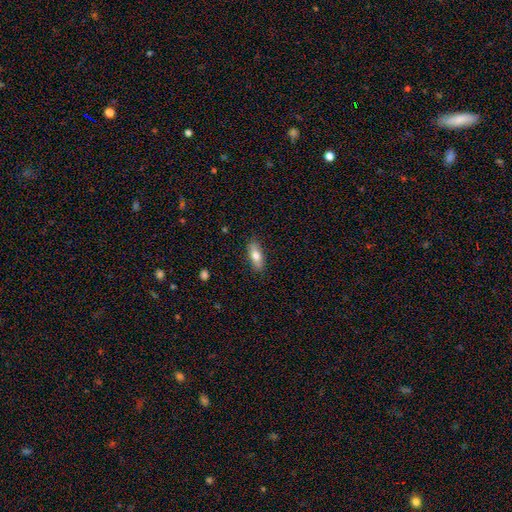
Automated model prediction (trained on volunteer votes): The model was most divided on "how rounded": in between: 76%, cigar-shaped: 22%, round: 3%. More confident: merging — none (87%); smooth or featured — smooth (76%).